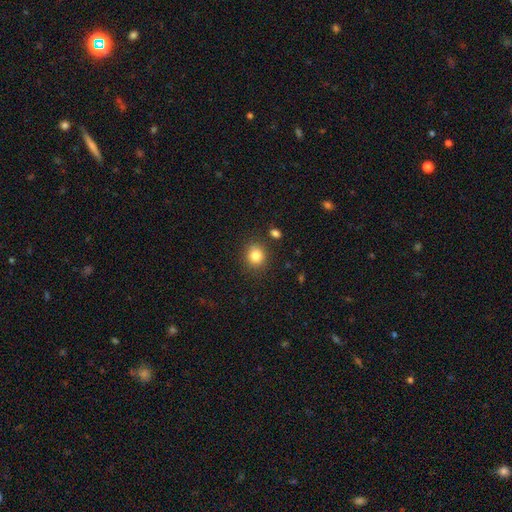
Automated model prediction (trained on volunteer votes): smooth_or_featured: smooth (p=0.83) [alt: star or artifact p=0.11]
how_rounded: round (p=0.81) [alt: in between p=0.18]
merging: none (p=0.86) [alt: minor disturbance p=0.08]